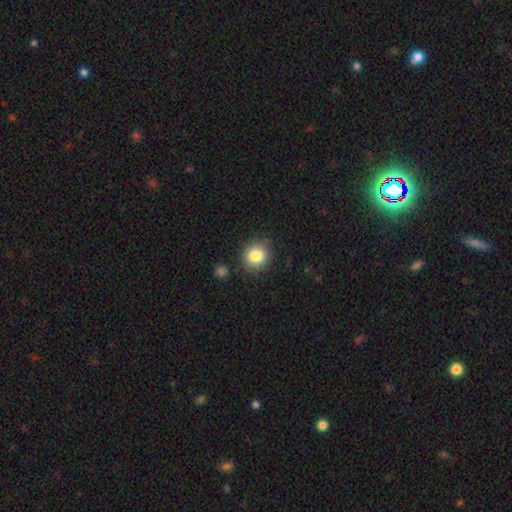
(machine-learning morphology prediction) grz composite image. It shows a smooth galaxy with no disk features (84%) that is round (86%). Merging: none (86%).